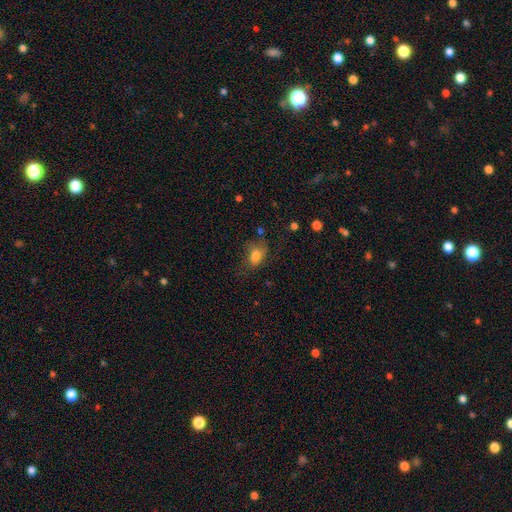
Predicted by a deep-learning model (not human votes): Smooth or featured? smooth (76%)
How rounded? in between (77%)
Merging? none (50%)